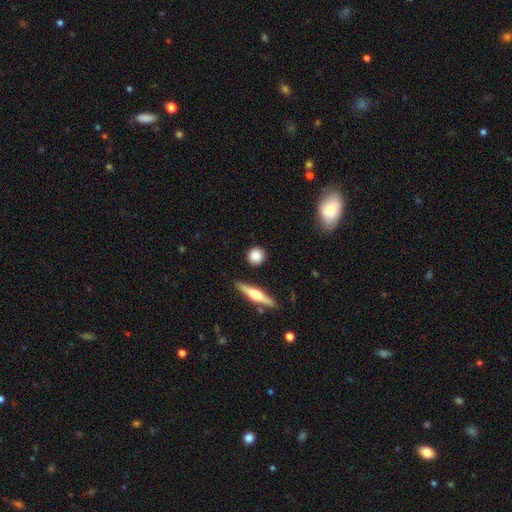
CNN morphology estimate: smooth-or-featured: smooth: 81% | featured or disk: 11% | star or artifact: 7%
  how-rounded: round: 86% | in between: 10% | cigar-shaped: 4%
  merging: none: 87% | minor disturbance: 8% | merger: 3% | major disturbance: 2%